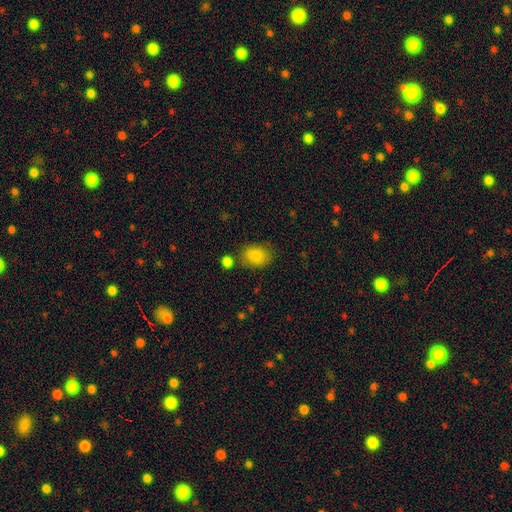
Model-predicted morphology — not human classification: This is clearly a smooth galaxy (86%). How rounded: likely in between (63%). Merging: likely none (74%).